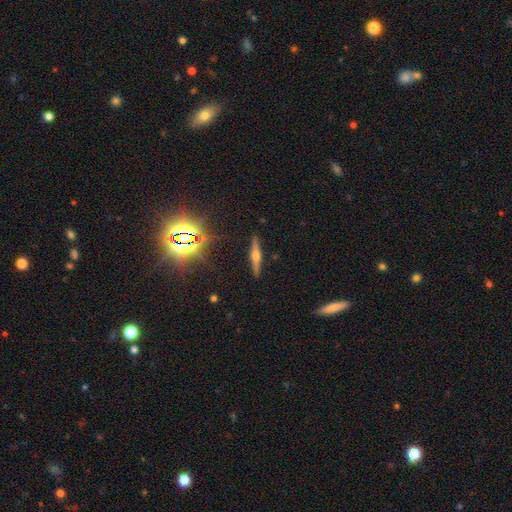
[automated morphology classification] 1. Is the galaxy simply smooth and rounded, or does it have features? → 63% featured or disk, 24% smooth, 13% star or artifact.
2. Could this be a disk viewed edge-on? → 97% yes, 3% no.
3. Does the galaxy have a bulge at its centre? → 88% rounded, 8% boxy, 4% none.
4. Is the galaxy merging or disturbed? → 89% none, 7% minor disturbance, 2% major disturbance, 1% merger.